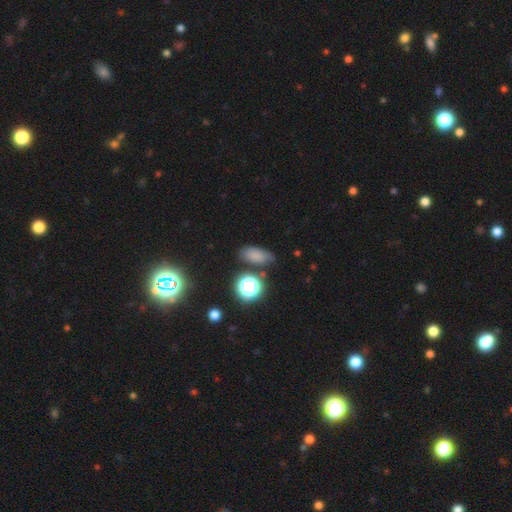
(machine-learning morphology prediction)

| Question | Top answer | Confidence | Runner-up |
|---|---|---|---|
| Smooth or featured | smooth | 68% | star or artifact (20%) |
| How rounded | in between | 78% | round (15%) |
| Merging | none | 72% | minor disturbance (18%) |